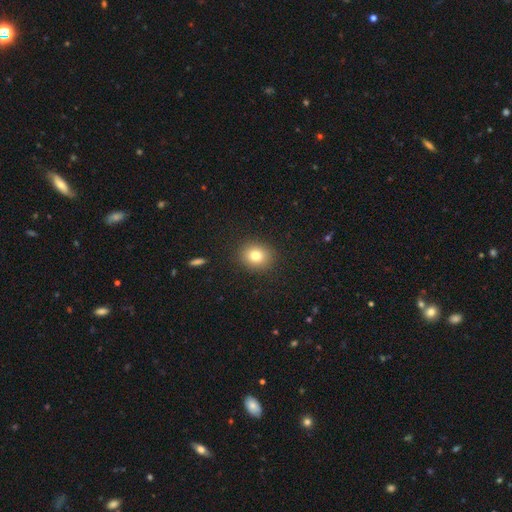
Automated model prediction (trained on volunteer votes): Overall: smooth (79%). How rounded: round (70%). Merging: none (90%).